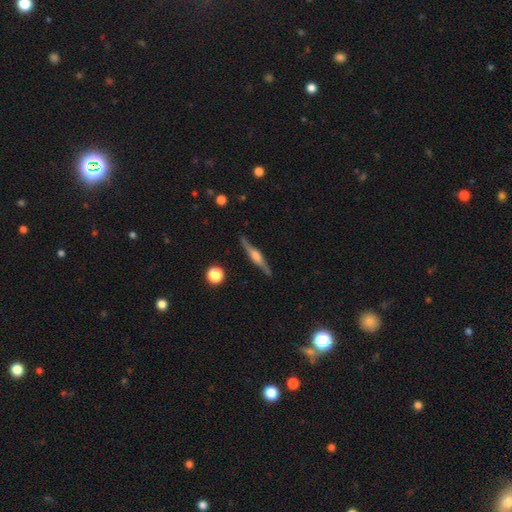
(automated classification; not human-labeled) Overall: featured or disk (77%). Edge-on disk: yes (97%). Edge-on bulge: rounded (73%). Merging: none (88%).